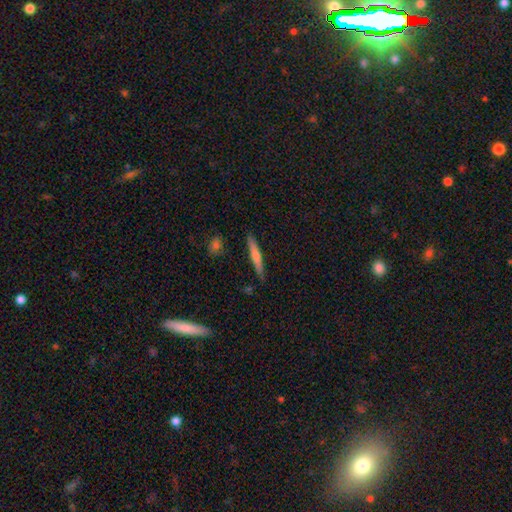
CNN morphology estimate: This is likely a smooth galaxy (62%). How rounded: clearly cigar-shaped (93%). Merging: clearly none (85%).